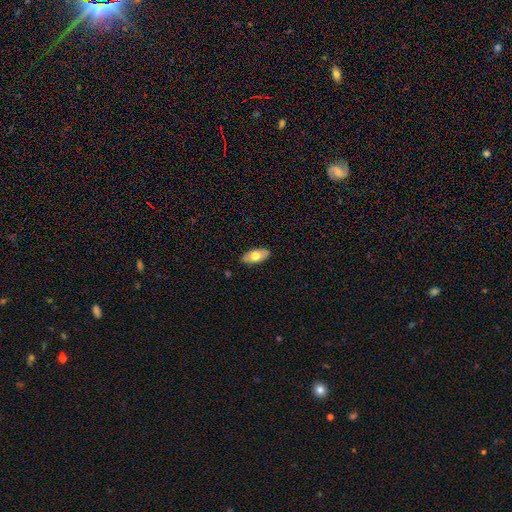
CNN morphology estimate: A smooth galaxy with no disk features (66%) that is in between round and cigar-shaped (91%).

Vote fractions:
- Smooth or featured? smooth: 66% / featured or disk: 28% / star or artifact: 6%
- How rounded? in between: 91% / cigar-shaped: 5% / round: 3%
- Merging? none: 86% / minor disturbance: 11% / major disturbance: 2% / merger: 1%